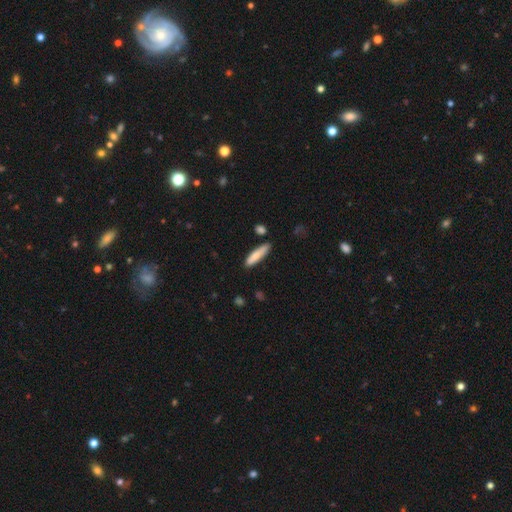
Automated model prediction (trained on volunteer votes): smooth 76%, featured or disk 18%, star or artifact 6%. Down the decision tree: how rounded — cigar-shaped (78%); merging — none (82%).